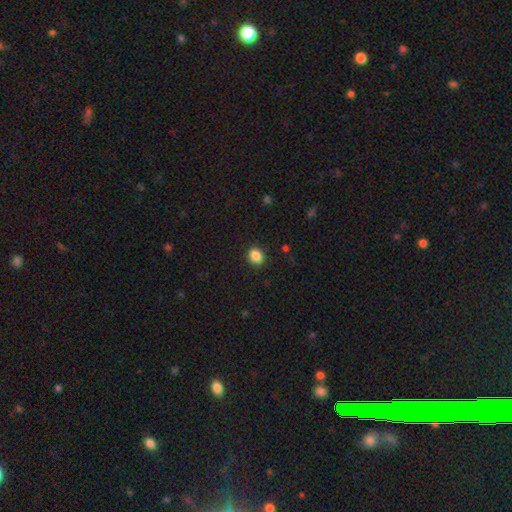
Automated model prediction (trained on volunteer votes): Smooth or featured?
  - smooth: 87% *
  - star or artifact: 10%
  - featured or disk: 3%
How rounded?
  - round: 64% *
  - in between: 35%
  - cigar-shaped: 1%
Merging?
  - none: 90% *
  - minor disturbance: 7%
  - major disturbance: 2%
  - merger: 1%